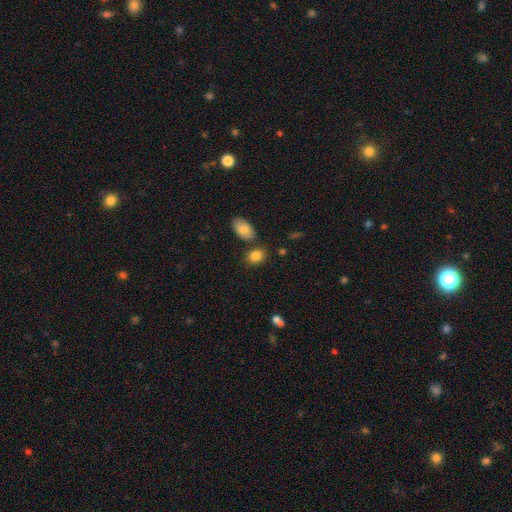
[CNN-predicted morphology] Overall: smooth (84%). How rounded: in between (69%; round 30%). Merging: none (71%).